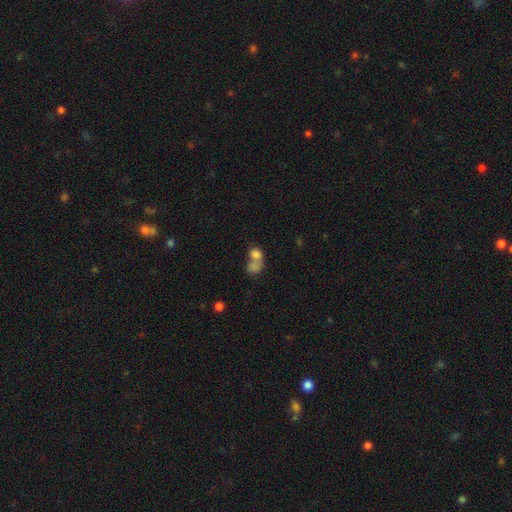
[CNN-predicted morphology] Smooth or featured: smooth — 77% (featured or disk — 12%)
How rounded: round — 50% (in between — 48%)
Merging: merger — 68% (none — 20%)